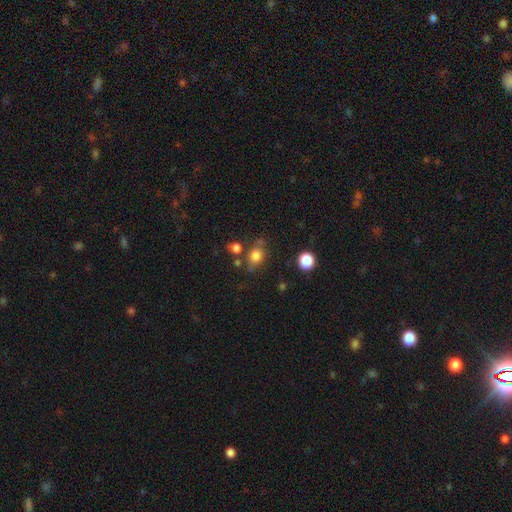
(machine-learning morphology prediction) Smooth or featured? smooth (78%)
How rounded? round (64%)
Merging? none (66%)